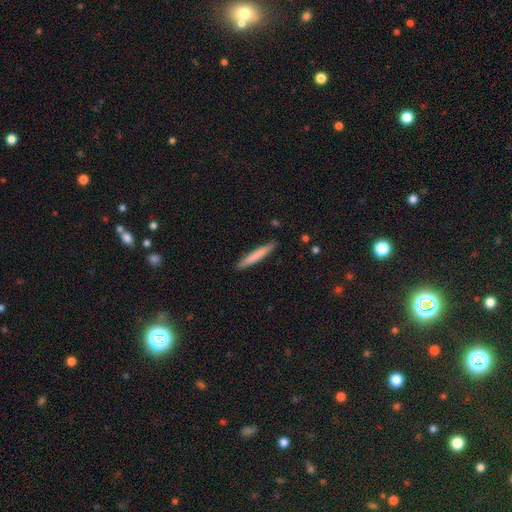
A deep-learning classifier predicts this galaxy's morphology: A smooth galaxy with no disk features (74%) that is cigar-shaped (95%). Merging: none (88%).